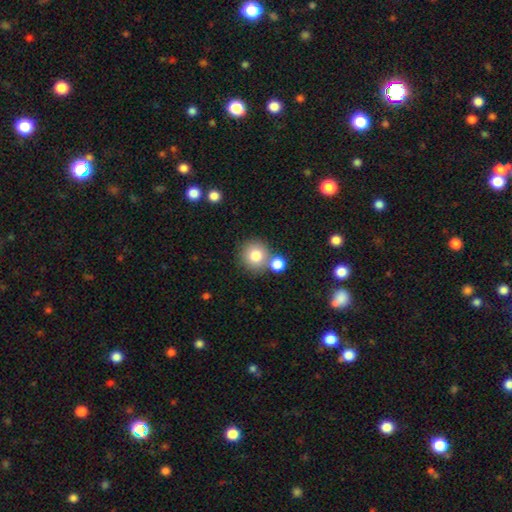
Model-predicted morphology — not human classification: This appears to be a smooth galaxy with no disk features (79%) that is round (92%). Merging: none (67%).